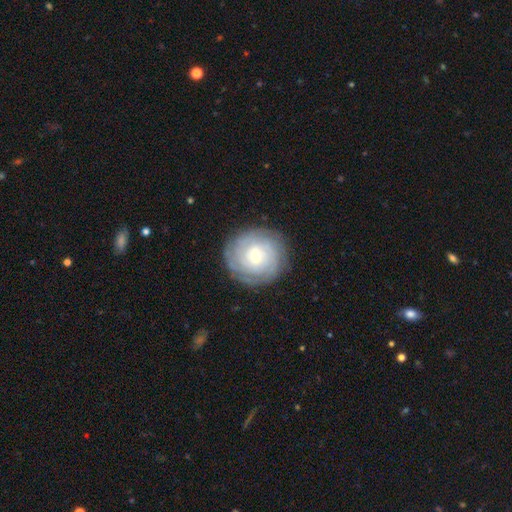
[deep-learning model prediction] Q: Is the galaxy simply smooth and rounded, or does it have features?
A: featured or disk — 71%.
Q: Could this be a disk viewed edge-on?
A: no — 97%.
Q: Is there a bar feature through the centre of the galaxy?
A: no — 52%.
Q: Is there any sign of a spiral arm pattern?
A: yes — 89%.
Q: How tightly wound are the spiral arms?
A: tight — 84%.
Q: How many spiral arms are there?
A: can't tell — 51%.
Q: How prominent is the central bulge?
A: small — 53%.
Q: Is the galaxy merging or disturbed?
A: none — 86%.